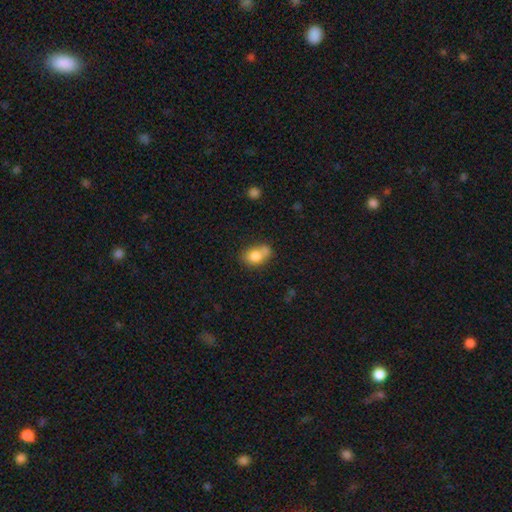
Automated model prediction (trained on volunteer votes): Morphology: type=smooth (79%); roundness=in between (62%); merging=none (39%).